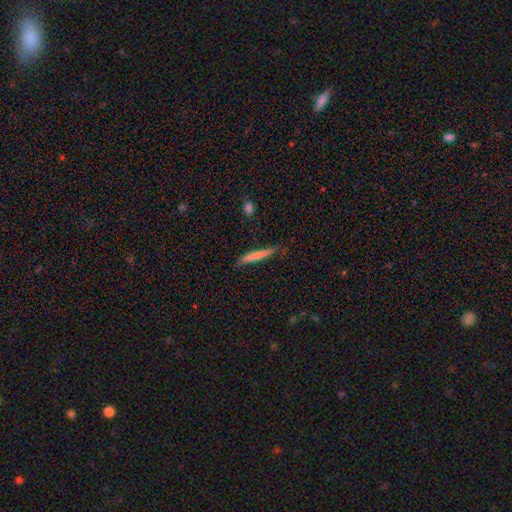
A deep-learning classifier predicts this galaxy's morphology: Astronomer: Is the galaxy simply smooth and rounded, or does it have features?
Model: smooth — 75%.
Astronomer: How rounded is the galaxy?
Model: cigar-shaped — 95%.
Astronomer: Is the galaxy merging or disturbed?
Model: none — 75%.